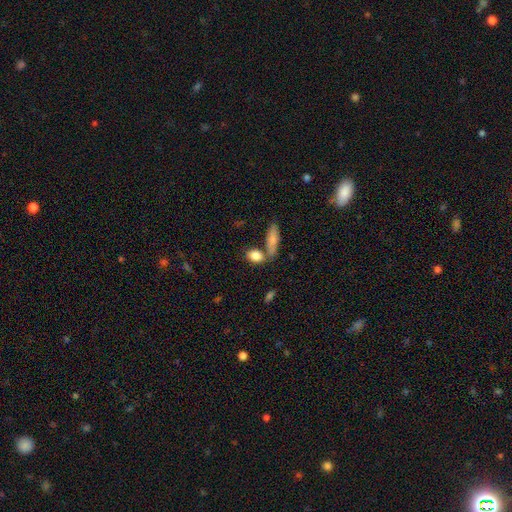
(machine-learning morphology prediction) Smooth or featured: smooth — 83% (featured or disk — 9%)
How rounded: in between — 71% (round — 21%)
Merging: none — 61% (merger — 22%)